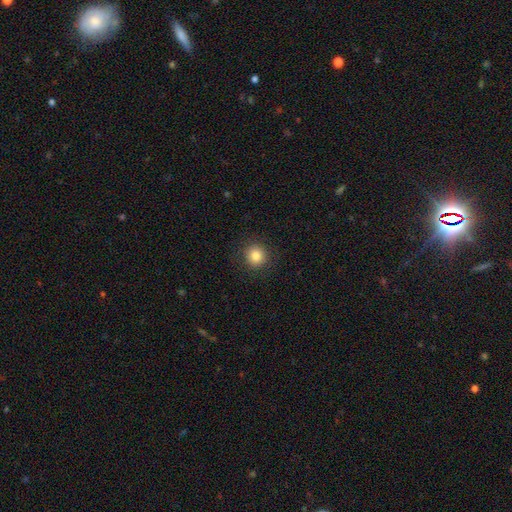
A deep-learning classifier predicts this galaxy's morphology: type=smooth (83%); roundness=round (92%); merging=none (90%).